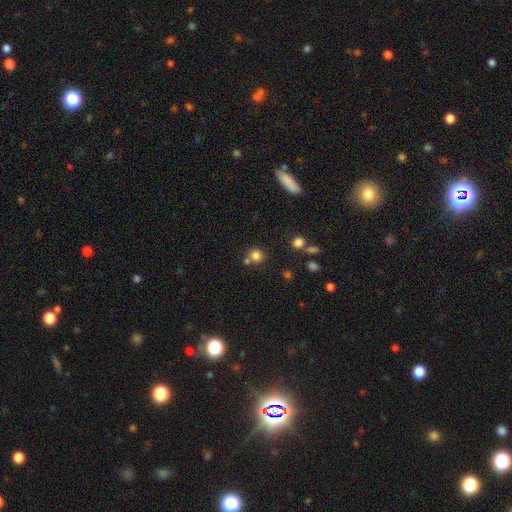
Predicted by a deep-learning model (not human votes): A smooth galaxy with no disk features (79%) that is round (87%).

Vote fractions:
- Smooth or featured? smooth: 79% / star or artifact: 14% / featured or disk: 7%
- How rounded? round: 87% / in between: 11% / cigar-shaped: 1%
- Merging? none: 63% / merger: 24% / minor disturbance: 9% / major disturbance: 4%